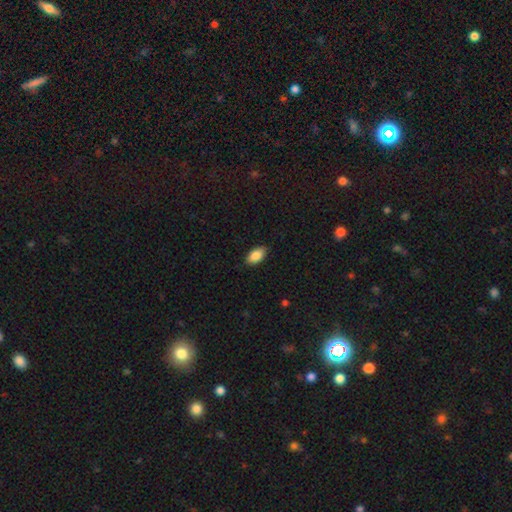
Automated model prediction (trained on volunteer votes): Smooth or featured: smooth — 88% (star or artifact — 7%)
How rounded: in between — 93% (round — 4%)
Merging: none — 85% (minor disturbance — 12%)